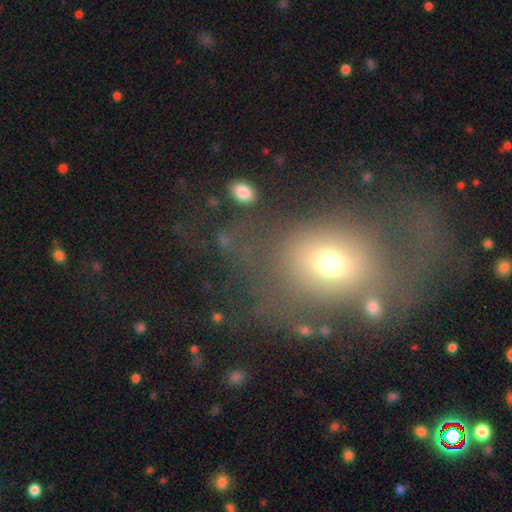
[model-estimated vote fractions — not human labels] Smooth or featured: smooth — 56% (featured or disk — 26%)
How rounded: round — 56% (in between — 43%)
Merging: none — 41% (major disturbance — 34%)